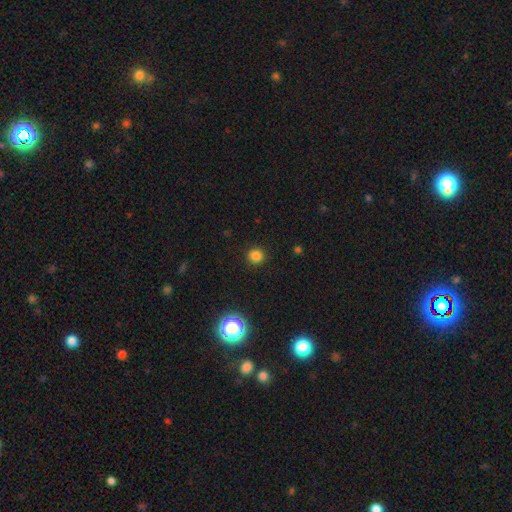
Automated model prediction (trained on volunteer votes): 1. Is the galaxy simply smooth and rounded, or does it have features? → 81% smooth, 15% star or artifact, 4% featured or disk.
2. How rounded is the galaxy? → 91% round, 8% in between, 1% cigar-shaped.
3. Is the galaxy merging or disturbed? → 91% none, 6% minor disturbance, 2% major disturbance, 1% merger.